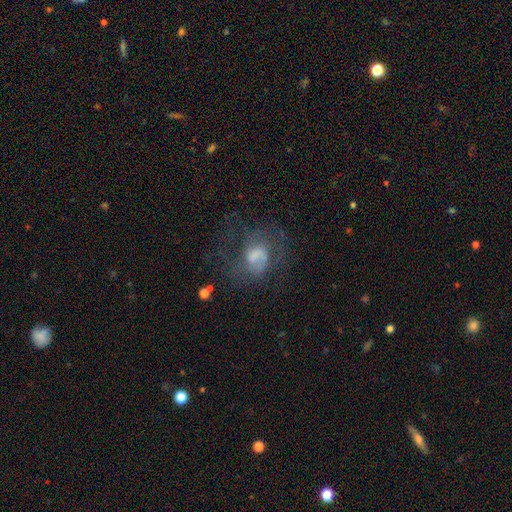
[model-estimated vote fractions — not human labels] Smooth or featured: featured or disk — 58% (smooth — 28%)
Edge-on disk: no — 97% (yes — 3%)
Bar: no — 55% (weak — 37%)
Spiral arms: yes — 66% (no — 34%)
Bulge size: moderate — 35% (small — 25%)
Merging: none — 45% (major disturbance — 33%)